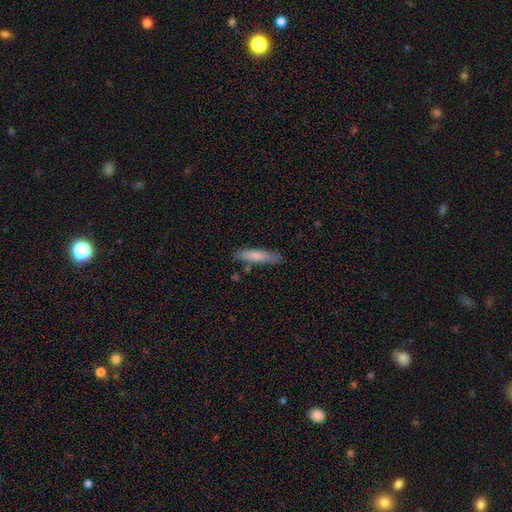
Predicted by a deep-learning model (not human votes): This is likely a smooth galaxy (74%). How rounded: clearly cigar-shaped (82%). Merging: likely none (78%).